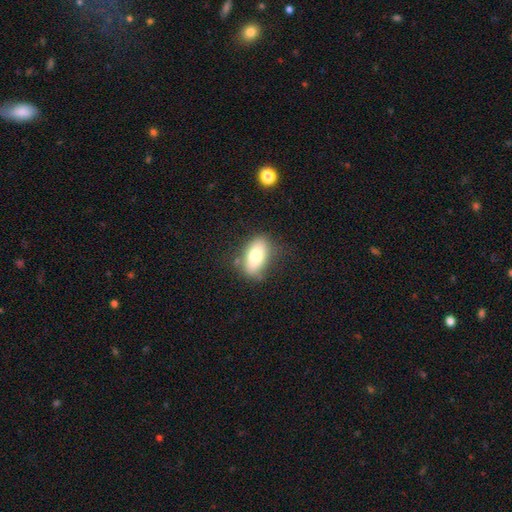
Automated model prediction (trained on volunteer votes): This appears to be a smooth galaxy with no disk features (73%) that is in between round and cigar-shaped (89%). Merging: none (70%).